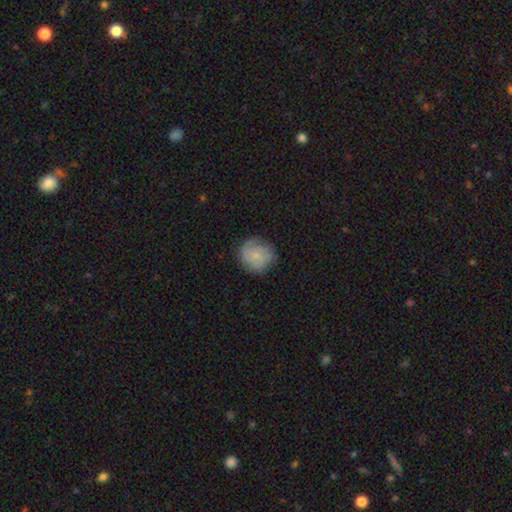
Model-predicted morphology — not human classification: A smooth galaxy with no disk features (65%) that is round (88%).

Vote fractions:
- Smooth or featured? smooth: 65% / featured or disk: 27% / star or artifact: 8%
- How rounded? round: 88% / in between: 11% / cigar-shaped: 1%
- Merging? none: 74% / minor disturbance: 19% / major disturbance: 6% / merger: 1%